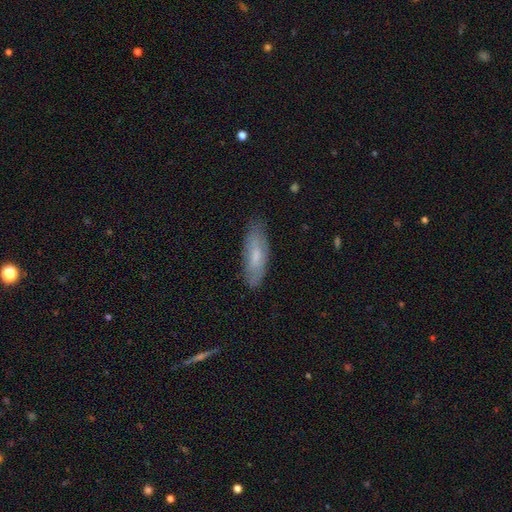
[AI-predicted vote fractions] Smooth or featured?
  - smooth: 63% *
  - featured or disk: 30%
  - star or artifact: 7%
How rounded?
  - in between: 60% *
  - cigar-shaped: 38%
  - round: 2%
Merging?
  - none: 79% *
  - minor disturbance: 16%
  - major disturbance: 3%
  - merger: 1%